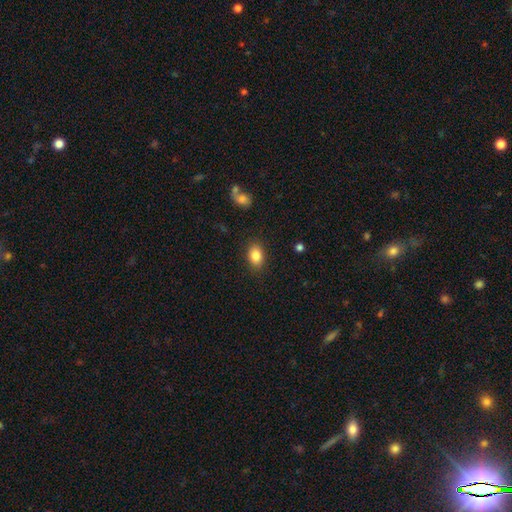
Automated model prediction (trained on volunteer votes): smooth_or_featured: smooth (p=0.85) [alt: star or artifact p=0.08]
how_rounded: in between (p=0.81) [alt: round p=0.17]
merging: none (p=0.87) [alt: minor disturbance p=0.09]